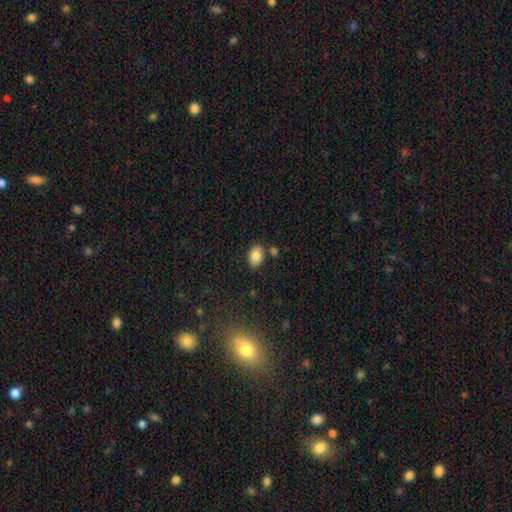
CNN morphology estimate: A smooth galaxy with no disk features (84%) that is in between round and cigar-shaped (84%). Merging: none (80%).